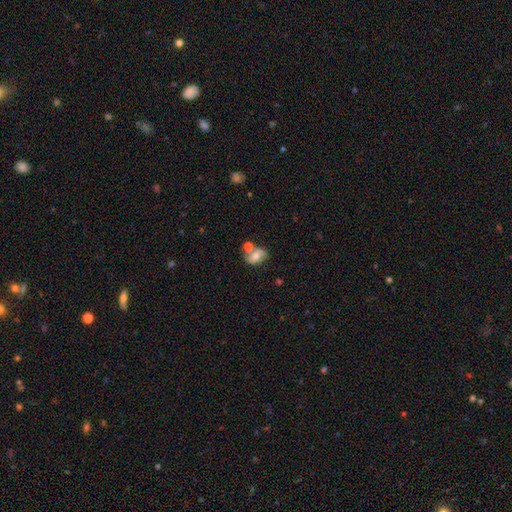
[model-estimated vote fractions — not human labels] Smooth or featured? featured or disk (53%)
Edge-on disk? no (97%)
Bar? no (57%)
Spiral arms? yes (76%)
Bulge size? moderate (68%)
Merging? none (51%)